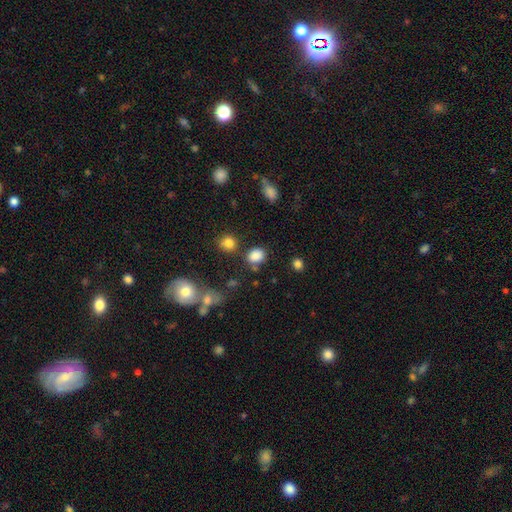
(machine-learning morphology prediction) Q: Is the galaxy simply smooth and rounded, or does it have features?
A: smooth — 84%.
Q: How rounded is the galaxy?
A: round — 50%.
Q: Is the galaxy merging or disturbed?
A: none — 72%.